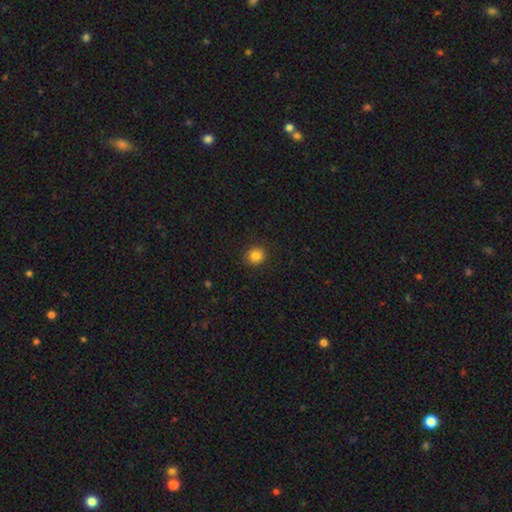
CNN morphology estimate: A smooth galaxy with no disk features (84%) that is round (87%).

Vote fractions:
- Smooth or featured? smooth: 84% / star or artifact: 11% / featured or disk: 5%
- How rounded? round: 87% / in between: 13% / cigar-shaped: 1%
- Merging? none: 91% / minor disturbance: 6% / major disturbance: 2% / merger: 1%